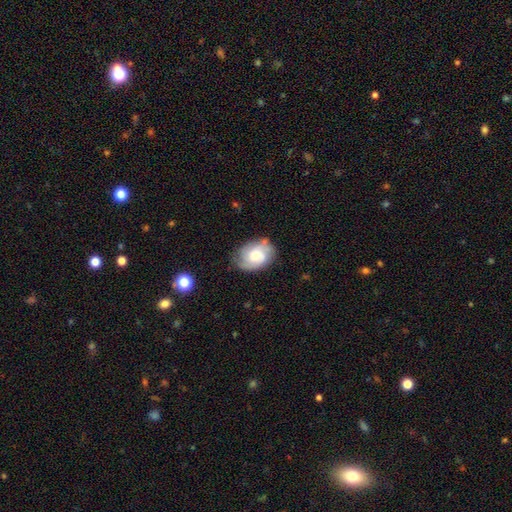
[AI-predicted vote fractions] Smooth or featured? Predicted: featured or disk (p=0.50). Edge-on disk? Predicted: no (p=0.96). Merging? Predicted: none (p=0.70).